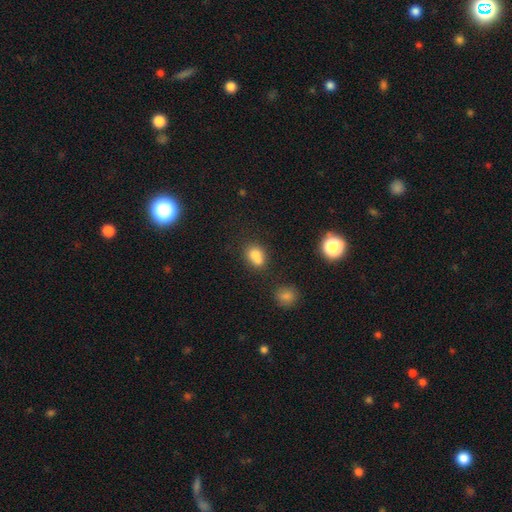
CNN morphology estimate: Overall: smooth (75%). How rounded: round (51%; in between 47%). Merging: merger (46%; none 37%).